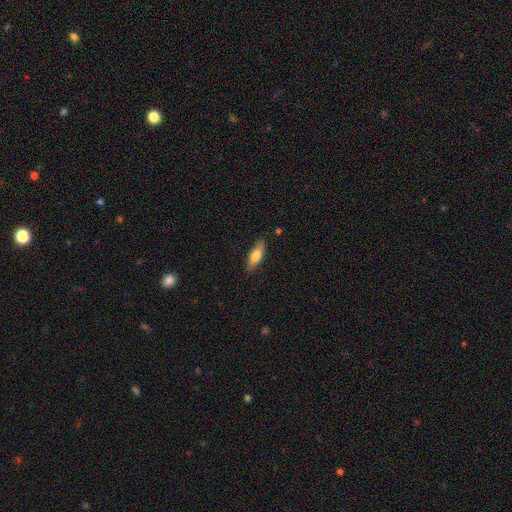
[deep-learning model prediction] Morphology: type=smooth (71%); roundness=in between (61%); merging=none (84%).